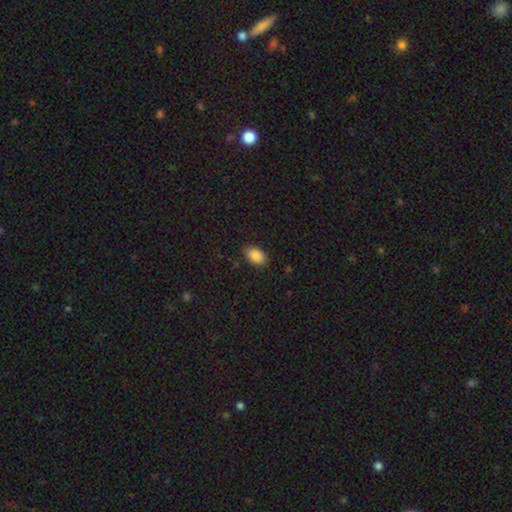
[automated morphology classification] Smooth or featured: smooth — 89% (star or artifact — 8%)
How rounded: in between — 87% (round — 12%)
Merging: none — 84% (minor disturbance — 12%)